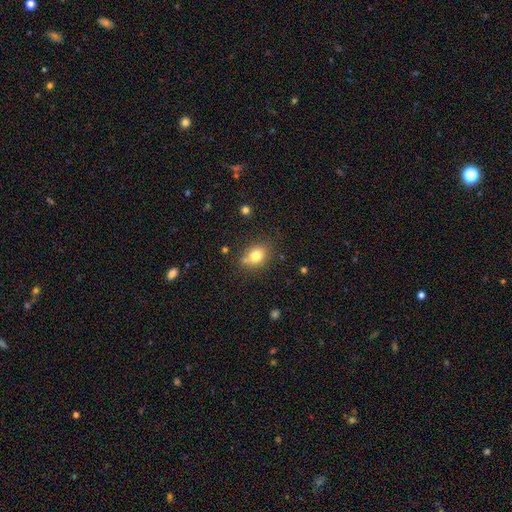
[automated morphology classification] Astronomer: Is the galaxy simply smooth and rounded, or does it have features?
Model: smooth — 78%.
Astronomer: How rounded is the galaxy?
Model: in between — 54% (runner-up: round, 45%).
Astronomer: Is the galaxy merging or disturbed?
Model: none — 67%.